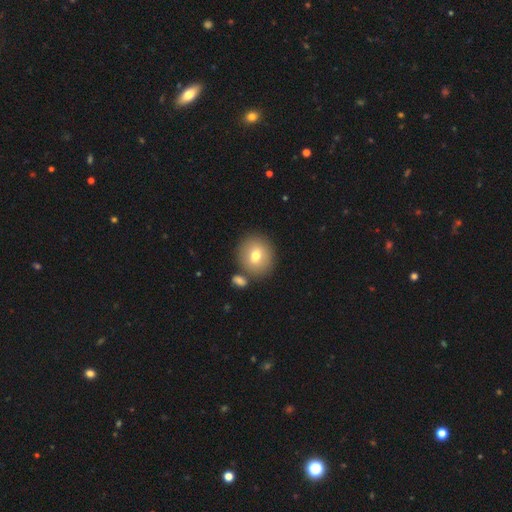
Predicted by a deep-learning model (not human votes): The model was most divided on "smooth or featured": smooth: 73%, featured or disk: 18%, star or artifact: 9%. More confident: how rounded — round (82%); merging — none (77%).